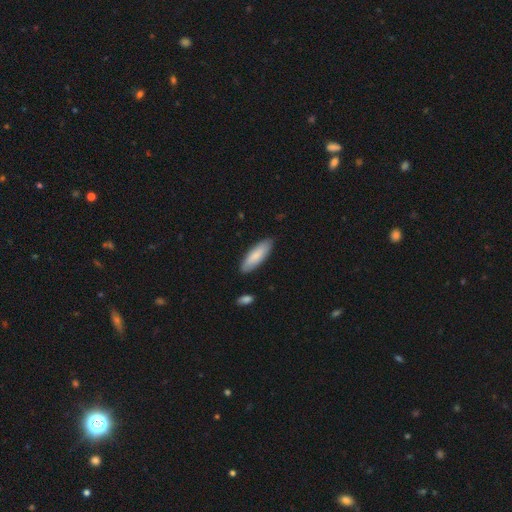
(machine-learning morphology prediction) Smooth or featured? Predicted: smooth (p=0.83). How rounded? Predicted: in between (p=0.52). Merging? Predicted: none (p=0.85).